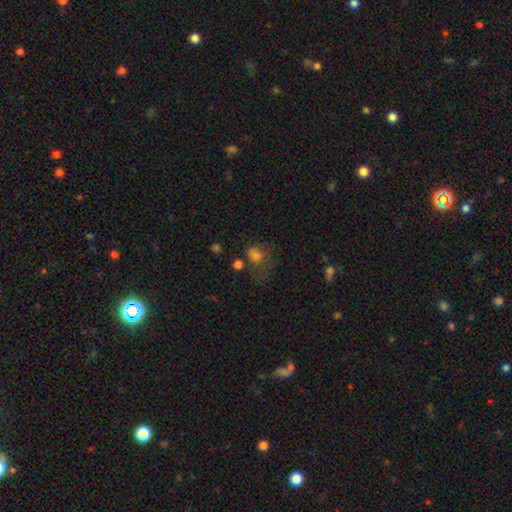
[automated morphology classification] Q: Smooth or featured?
A: smooth (69%); runner-up: star or artifact (16%)
Q: How rounded?
A: in between (52%); runner-up: round (46%)
Q: Merging?
A: major disturbance (37%); runner-up: none (32%)